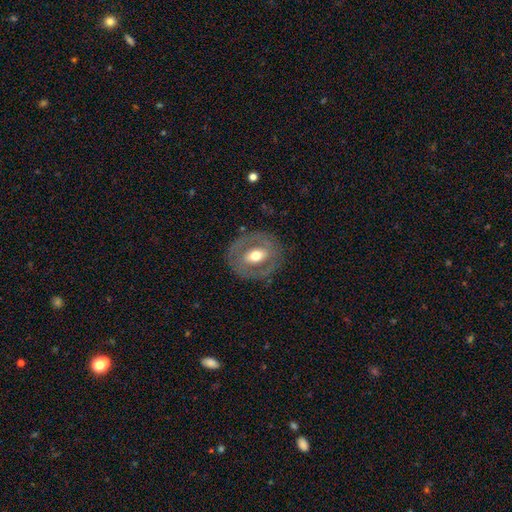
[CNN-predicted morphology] The model was most divided on "bar": no: 40%, weak: 32%, strong: 28%. More confident: edge-on disk — no (91%); merging — none (80%); spiral arms — no (80%); bulge size — moderate (69%); smooth or featured — featured or disk (56%).